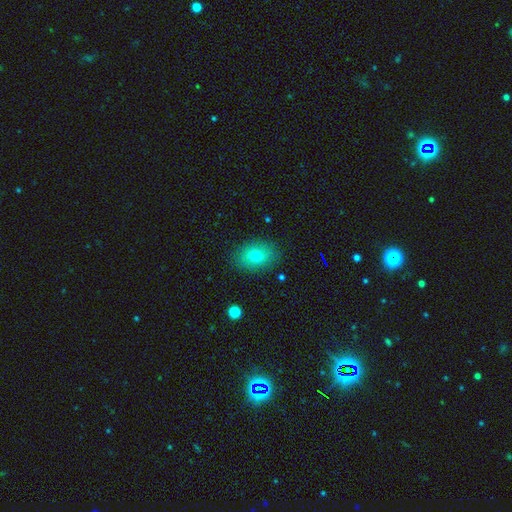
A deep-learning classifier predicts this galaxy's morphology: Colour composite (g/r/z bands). It shows a smooth galaxy with no disk features (74%) that is in between round and cigar-shaped (71%). Merging: none (86%).